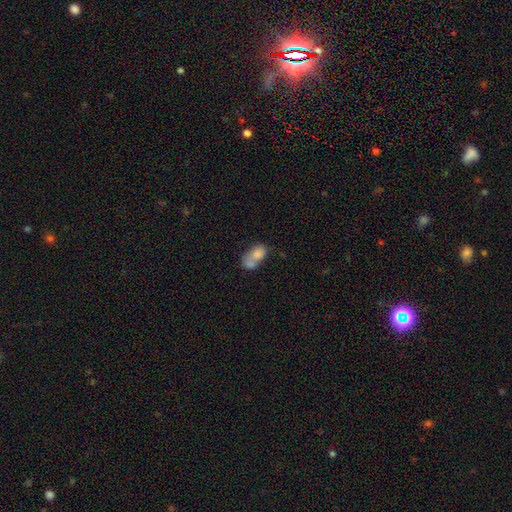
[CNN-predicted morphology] Overall: smooth (72%). How rounded: in between (82%). Merging: merger (58%; none 19%).